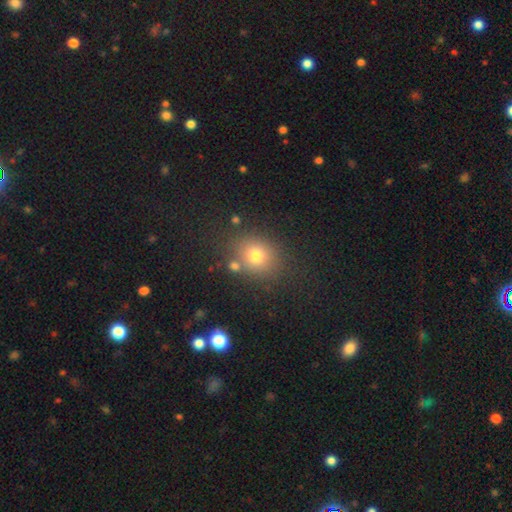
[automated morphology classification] Smooth or featured? smooth (73%)
How rounded? round (72%)
Merging? none (77%)